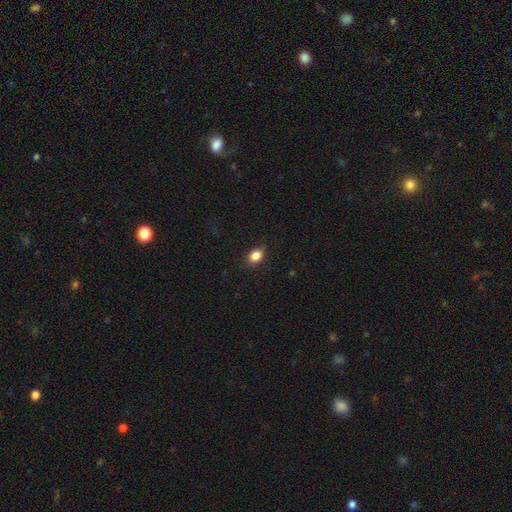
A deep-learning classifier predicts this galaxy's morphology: The model was most divided on "how rounded": in between: 60%, round: 39%, cigar-shaped: 1%. More confident: smooth or featured — smooth (85%); merging — none (83%).